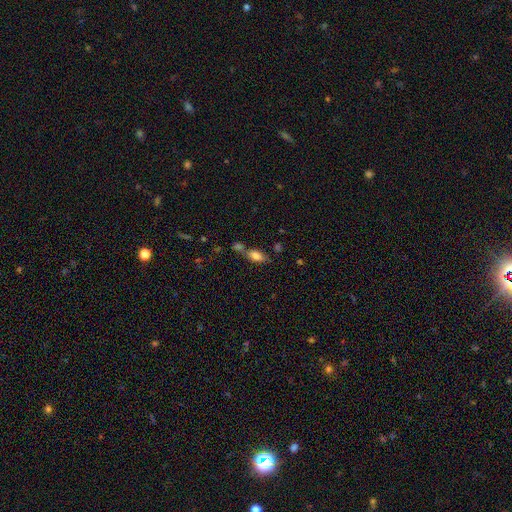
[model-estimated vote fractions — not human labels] A smooth galaxy with no disk features (78%) that is in between round and cigar-shaped (84%).

Vote fractions:
- Smooth or featured? smooth: 78% / featured or disk: 12% / star or artifact: 10%
- How rounded? in between: 84% / cigar-shaped: 11% / round: 5%
- Merging? none: 42% / merger: 39% / minor disturbance: 13% / major disturbance: 6%